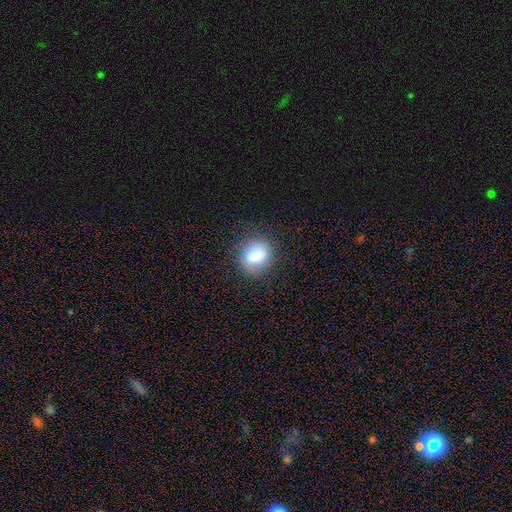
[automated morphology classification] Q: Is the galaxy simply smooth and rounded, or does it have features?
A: smooth — 79%.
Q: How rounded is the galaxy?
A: round — 63%.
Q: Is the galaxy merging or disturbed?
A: none — 74%.